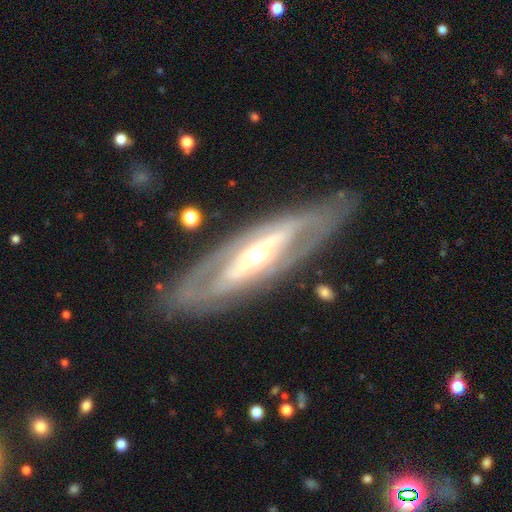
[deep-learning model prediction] A featured or disk galaxy (82%) with no bar (41%), spiral arms (58%) and a moderate central bulge (64%). Merging: none (79%).